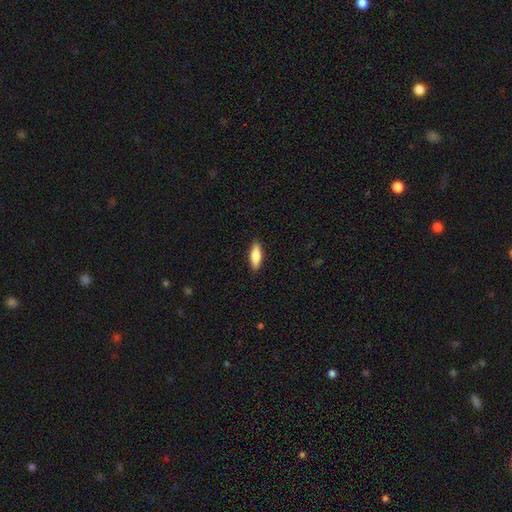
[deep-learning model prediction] smooth_or_featured: smooth (p=0.76) [alt: featured or disk p=0.18]
how_rounded: in between (p=0.59) [alt: cigar-shaped p=0.39]
merging: none (p=0.89) [alt: minor disturbance p=0.09]